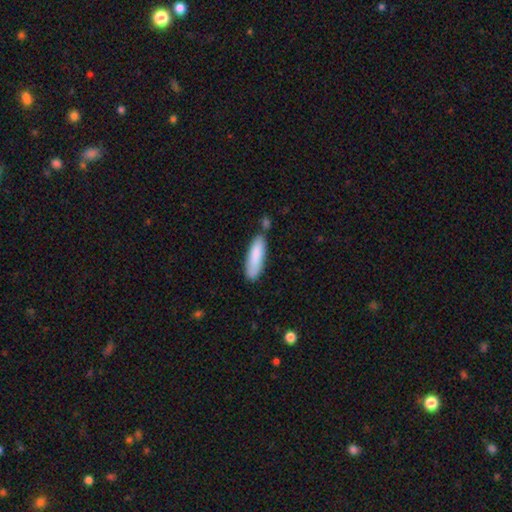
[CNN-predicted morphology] Q: Smooth or featured?
A: smooth (86%); runner-up: featured or disk (8%)
Q: How rounded?
A: cigar-shaped (61%); runner-up: in between (37%)
Q: Merging?
A: none (72%); runner-up: minor disturbance (17%)